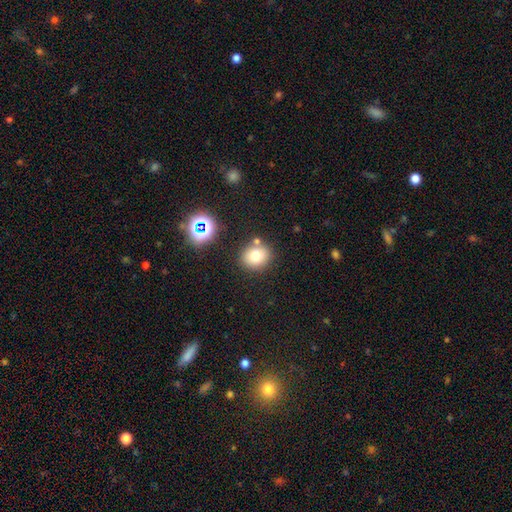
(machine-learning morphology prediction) Smooth or featured? smooth (73%)
How rounded? round (77%)
Merging? none (76%)